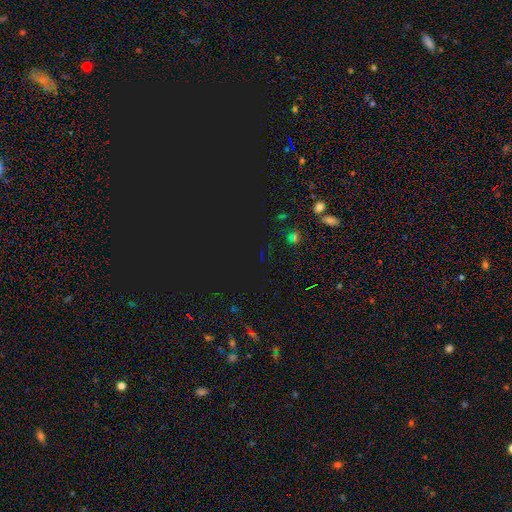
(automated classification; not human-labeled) A star or artifact, not a galaxy (81%).